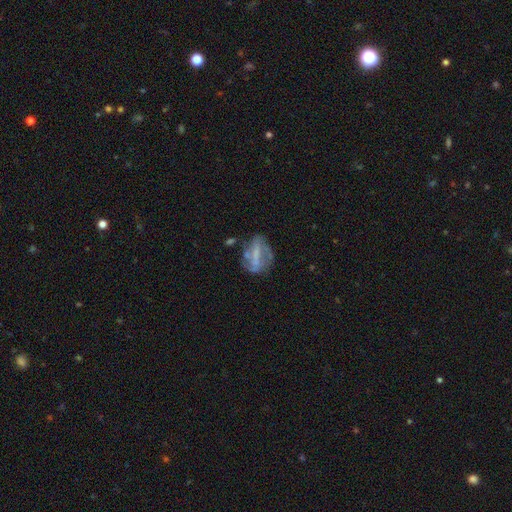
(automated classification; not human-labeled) This is likely a featured or disk galaxy (60%). It is clearly not viewed edge-on (92%). Bar: marginally strong (44%). Spiral arm pattern: possibly no (55%). Central bulge: possibly none (49%). Merging: possibly none (45%).